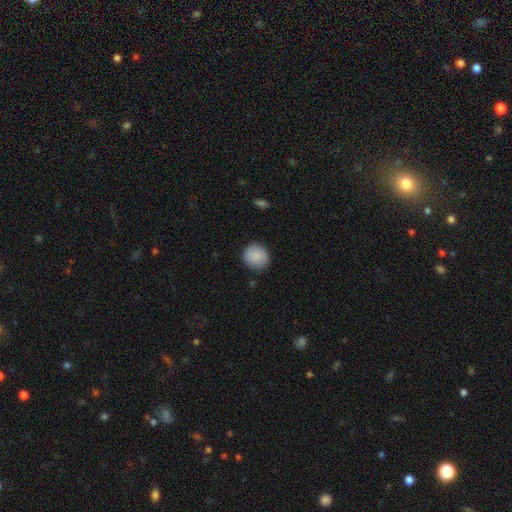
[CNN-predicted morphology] smooth_or_featured: smooth (p=0.88) [alt: star or artifact p=0.07]
how_rounded: round (p=0.86) [alt: in between p=0.13]
merging: none (p=0.85) [alt: minor disturbance p=0.11]